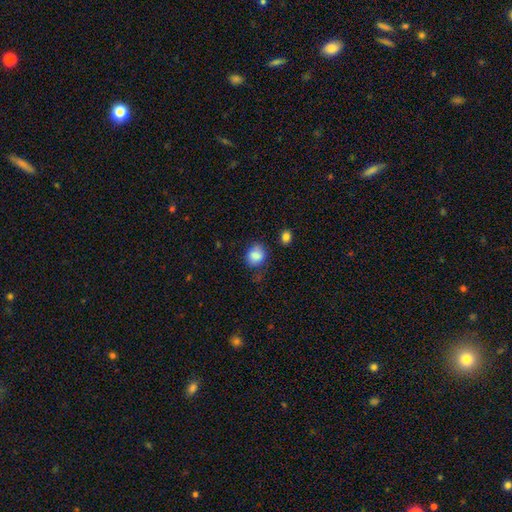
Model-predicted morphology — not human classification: Smooth or featured?
  - smooth: 84% *
  - star or artifact: 9%
  - featured or disk: 7%
How rounded?
  - round: 61% *
  - in between: 38%
  - cigar-shaped: 1%
Merging?
  - none: 65% *
  - minor disturbance: 24%
  - major disturbance: 7%
  - merger: 5%